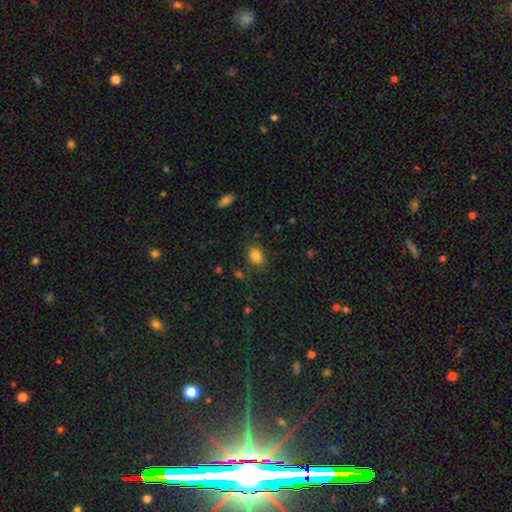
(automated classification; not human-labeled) A smooth galaxy with no disk features (83%) that is in between round and cigar-shaped (60%). Merging: none (80%).